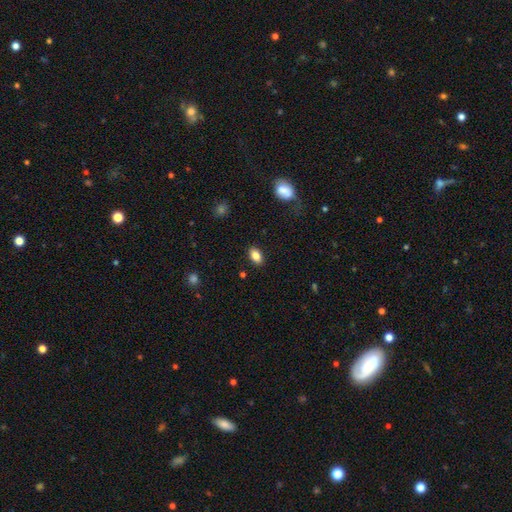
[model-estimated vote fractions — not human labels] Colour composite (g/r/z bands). It shows a smooth galaxy with no disk features (85%) that is in between round and cigar-shaped (90%). Merging: none (87%).